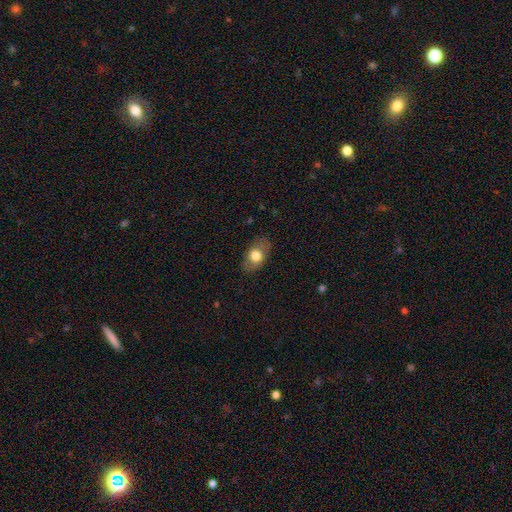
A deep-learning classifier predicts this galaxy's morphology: Smooth or featured: smooth — 72% (featured or disk — 20%)
How rounded: in between — 85% (round — 13%)
Merging: none — 80% (minor disturbance — 14%)